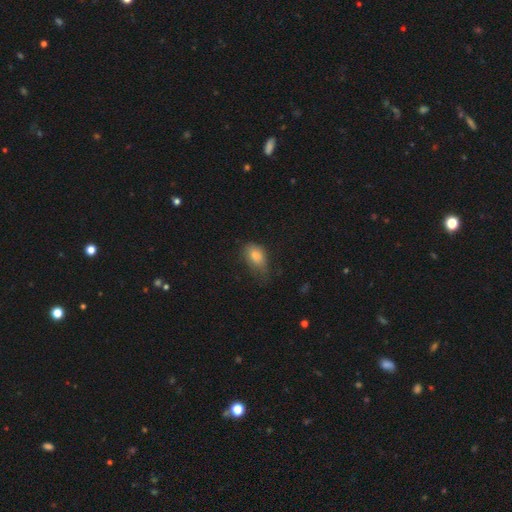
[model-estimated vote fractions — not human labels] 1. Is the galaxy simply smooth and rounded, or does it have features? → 82% smooth, 9% star or artifact, 9% featured or disk.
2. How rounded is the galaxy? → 84% in between, 14% round, 2% cigar-shaped.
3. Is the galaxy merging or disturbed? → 44% none, 38% minor disturbance, 17% major disturbance, 2% merger.